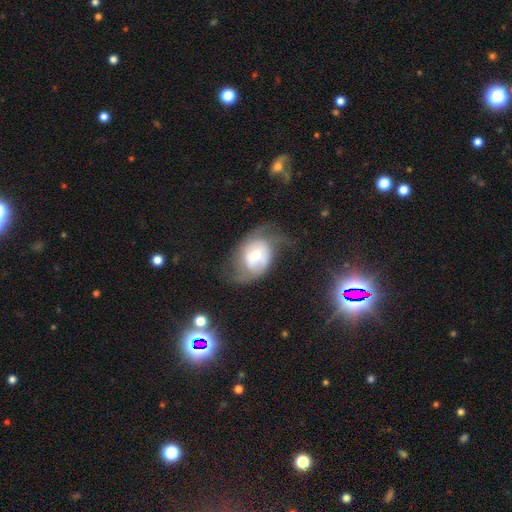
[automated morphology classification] A featured or disk galaxy (60%) with no bar (58%), spiral arms (80%) and a moderate central bulge (45%).

Vote fractions:
- Smooth or featured? featured or disk: 60% / smooth: 33% / star or artifact: 8%
- Edge-on disk? no: 96% / yes: 4%
- Bar? no: 58% / weak: 33% / strong: 9%
- Spiral arms? yes: 80% / no: 20%
- Bulge size? moderate: 45% / small: 35% / large: 13% / none: 3% / dominant: 3%
- Merging? none: 37% / major disturbance: 33% / minor disturbance: 27% / merger: 3%